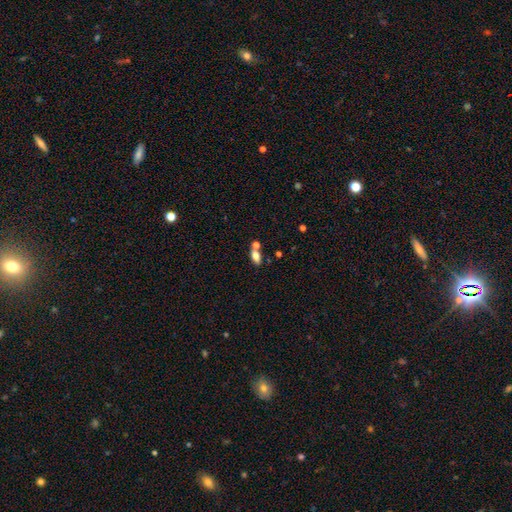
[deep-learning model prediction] A smooth galaxy with no disk features (77%) that is in between round and cigar-shaped (86%). Merging: none (58%).